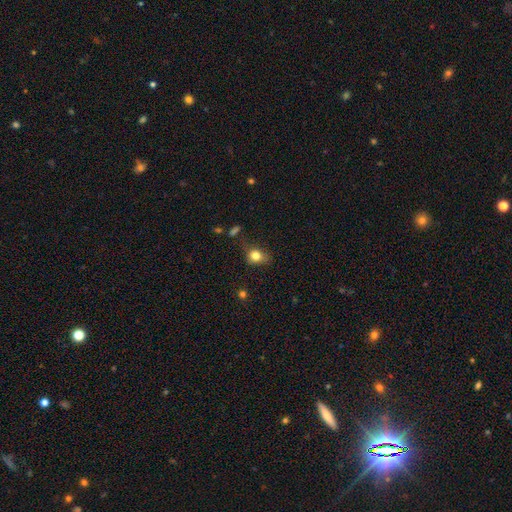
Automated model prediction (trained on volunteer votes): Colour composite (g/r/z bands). It shows a smooth galaxy with no disk features (80%) that is round (54%). Merging: none (61%).